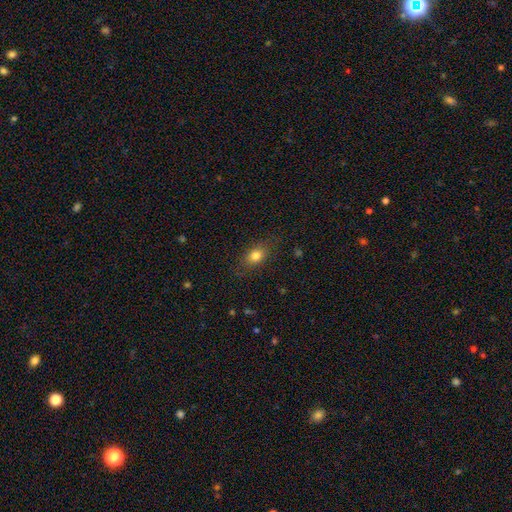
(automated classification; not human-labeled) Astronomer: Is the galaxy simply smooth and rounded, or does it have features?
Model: smooth — 79%.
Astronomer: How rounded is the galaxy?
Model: in between — 73%.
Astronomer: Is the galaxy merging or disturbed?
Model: none — 79%.